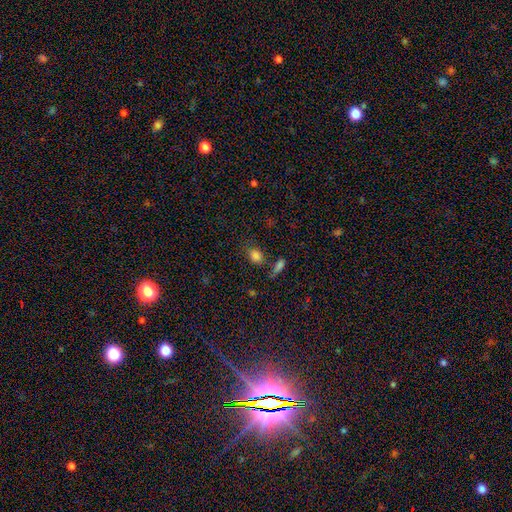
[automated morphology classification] Smooth or featured?
  - smooth: 82% *
  - star or artifact: 13%
  - featured or disk: 6%
How rounded?
  - in between: 73% *
  - round: 25%
  - cigar-shaped: 2%
Merging?
  - none: 67% *
  - minor disturbance: 16%
  - merger: 11%
  - major disturbance: 6%